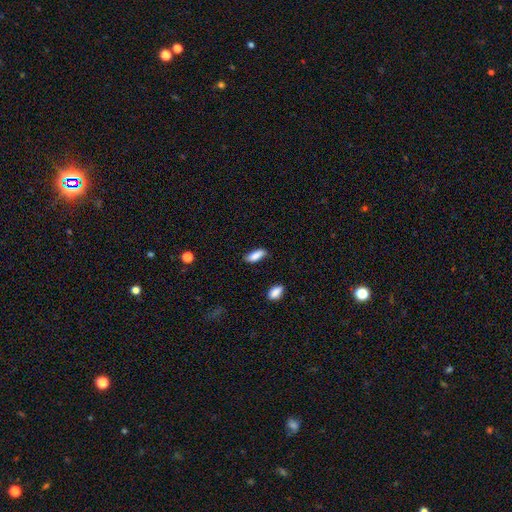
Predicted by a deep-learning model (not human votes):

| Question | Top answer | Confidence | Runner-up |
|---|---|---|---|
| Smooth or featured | smooth | 87% | star or artifact (7%) |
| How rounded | in between | 74% | cigar-shaped (24%) |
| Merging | none | 80% | minor disturbance (15%) |